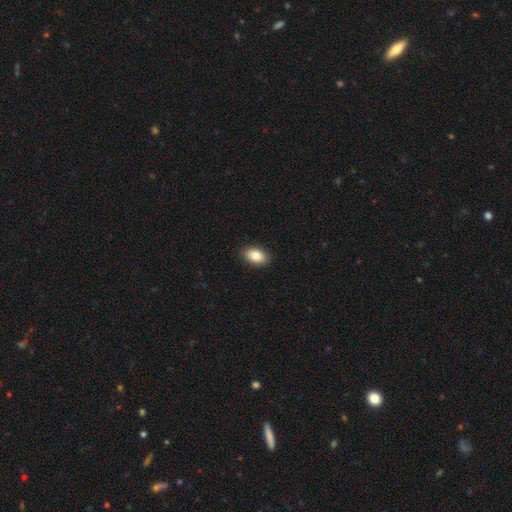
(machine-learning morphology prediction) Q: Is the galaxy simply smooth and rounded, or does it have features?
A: smooth — 83%.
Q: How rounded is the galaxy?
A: in between — 89%.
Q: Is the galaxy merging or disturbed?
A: none — 90%.